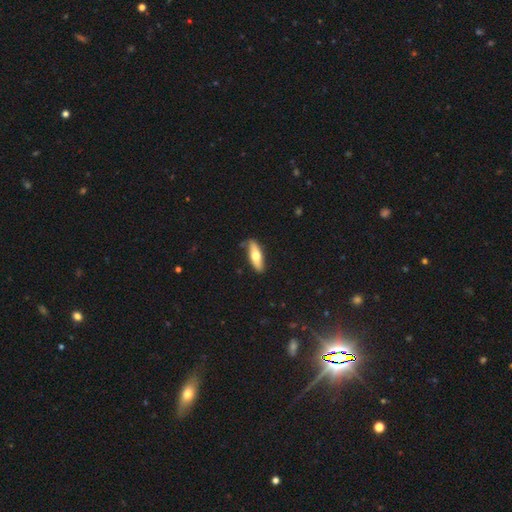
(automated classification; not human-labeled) Smooth or featured: smooth — 60% (featured or disk — 35%)
How rounded: cigar-shaped — 49% (in between — 48%)
Merging: none — 84% (minor disturbance — 12%)